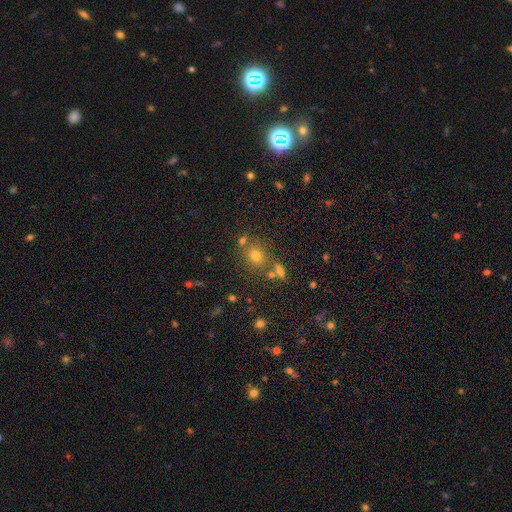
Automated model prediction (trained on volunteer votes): Smooth or featured? Predicted: smooth (p=0.67). How rounded? Predicted: round (p=0.77). Merging? Predicted: none (p=0.71).